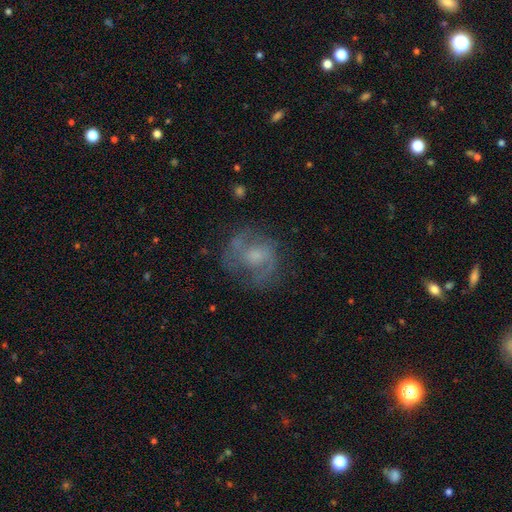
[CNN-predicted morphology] Smooth or featured? Predicted: featured or disk (p=0.64). Edge-on disk? Predicted: no (p=0.97). Bar? Predicted: no (p=0.62). Spiral arms? Predicted: yes (p=0.74). Bulge size? Predicted: moderate (p=0.39). Merging? Predicted: none (p=0.63).